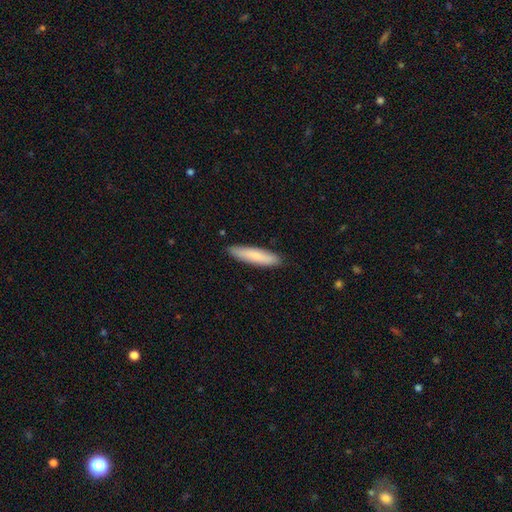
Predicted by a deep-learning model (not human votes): Q: Smooth or featured?
A: smooth (76%); runner-up: featured or disk (18%)
Q: How rounded?
A: cigar-shaped (83%); runner-up: in between (16%)
Q: Merging?
A: none (89%); runner-up: minor disturbance (9%)